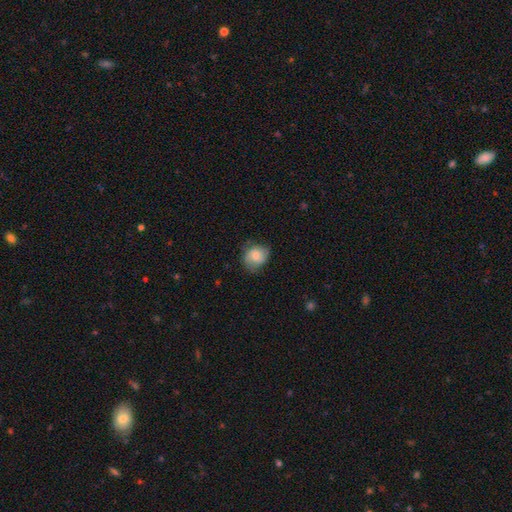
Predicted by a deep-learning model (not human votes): Morphology: type=smooth (68%); roundness=round (67%); merging=none (67%).